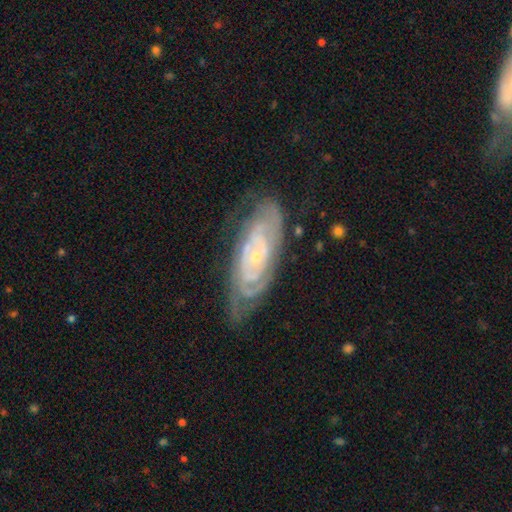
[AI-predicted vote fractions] Morphology: type=featured or disk (86%); edge-on=no (91%); bar=no (65%); spiral arms=yes (94%); winding=tight (76%); arm count=2 (37%); bulge=small (75%); merging=none (71%).